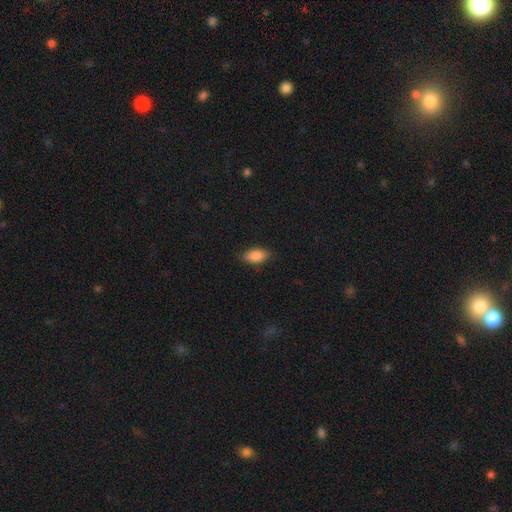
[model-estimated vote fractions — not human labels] A smooth galaxy with no disk features (87%) that is in between round and cigar-shaped (90%).

Vote fractions:
- Smooth or featured? smooth: 87% / star or artifact: 7% / featured or disk: 6%
- How rounded? in between: 90% / cigar-shaped: 6% / round: 4%
- Merging? none: 85% / minor disturbance: 12% / major disturbance: 2% / merger: 1%